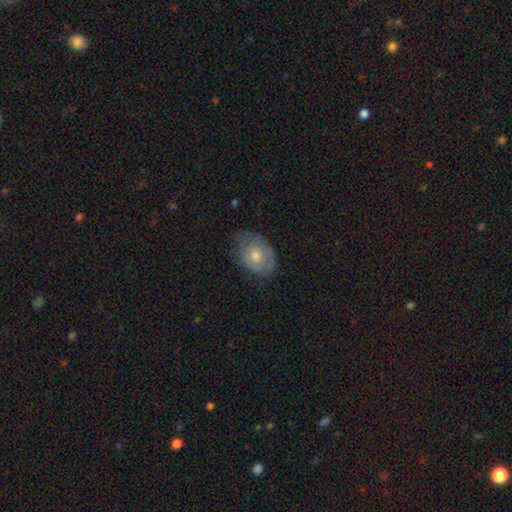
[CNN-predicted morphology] smooth-or-featured: smooth: 57% | featured or disk: 36% | star or artifact: 8%
  how-rounded: in between: 74% | round: 25% | cigar-shaped: 1%
  merging: none: 61% | minor disturbance: 30% | major disturbance: 8% | merger: 1%